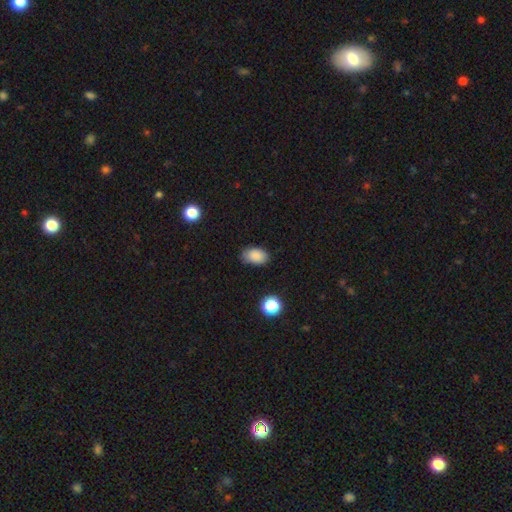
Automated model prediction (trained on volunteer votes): A smooth galaxy with no disk features (87%) that is in between round and cigar-shaped (87%). Merging: none (77%).